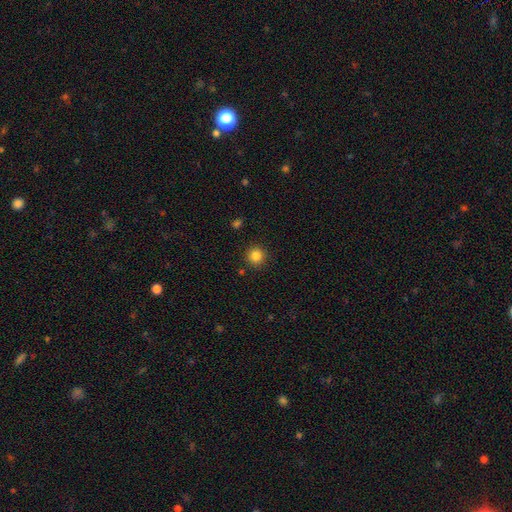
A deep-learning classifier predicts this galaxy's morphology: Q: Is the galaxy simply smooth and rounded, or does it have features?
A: smooth — 84%.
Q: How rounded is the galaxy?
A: round — 94%.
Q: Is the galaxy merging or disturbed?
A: none — 90%.